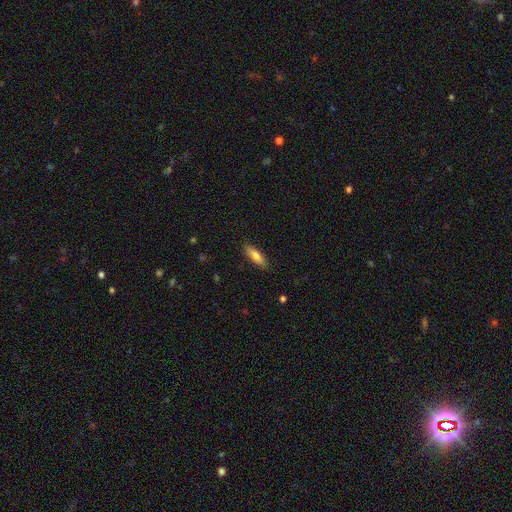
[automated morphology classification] Overall: smooth (75%). How rounded: cigar-shaped (53%; in between 45%). Merging: none (88%).